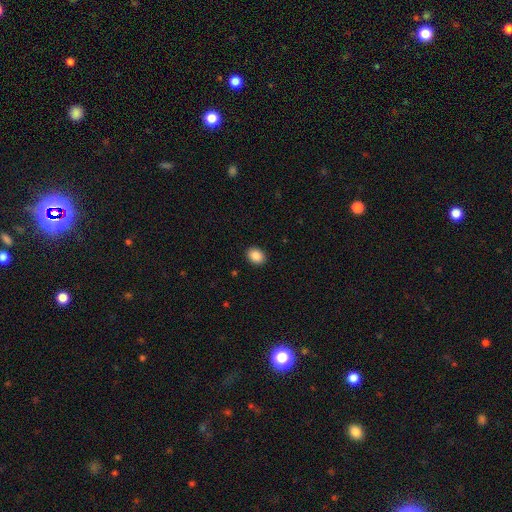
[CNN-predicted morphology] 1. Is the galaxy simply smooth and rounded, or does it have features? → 88% smooth, 8% star or artifact, 4% featured or disk.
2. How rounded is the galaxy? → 63% in between, 36% round, 1% cigar-shaped.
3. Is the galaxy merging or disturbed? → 91% none, 6% minor disturbance, 2% major disturbance, 1% merger.